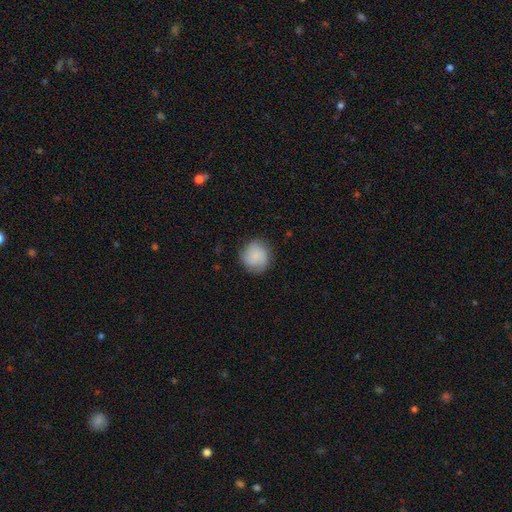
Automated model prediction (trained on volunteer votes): The model was most divided on "smooth or featured": smooth: 73%, featured or disk: 20%, star or artifact: 7%. More confident: how rounded — round (90%); merging — none (77%).